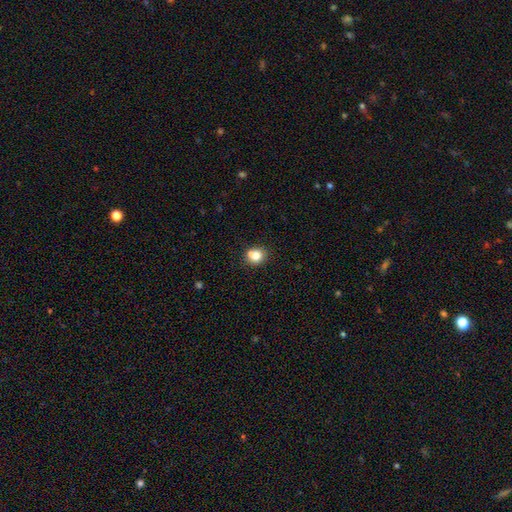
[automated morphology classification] A smooth galaxy with no disk features (76%) that is round (77%).

Vote fractions:
- Smooth or featured? smooth: 76% / featured or disk: 13% / star or artifact: 12%
- How rounded? round: 77% / in between: 22% / cigar-shaped: 1%
- Merging? none: 56% / merger: 31% / minor disturbance: 9% / major disturbance: 3%